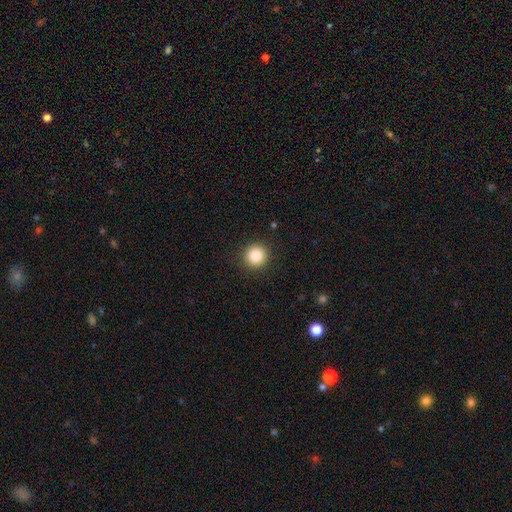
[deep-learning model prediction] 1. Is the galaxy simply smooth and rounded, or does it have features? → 87% smooth, 10% star or artifact, 4% featured or disk.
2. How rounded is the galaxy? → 95% round, 4% in between, 1% cigar-shaped.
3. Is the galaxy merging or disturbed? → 91% none, 5% minor disturbance, 2% major disturbance, 1% merger.